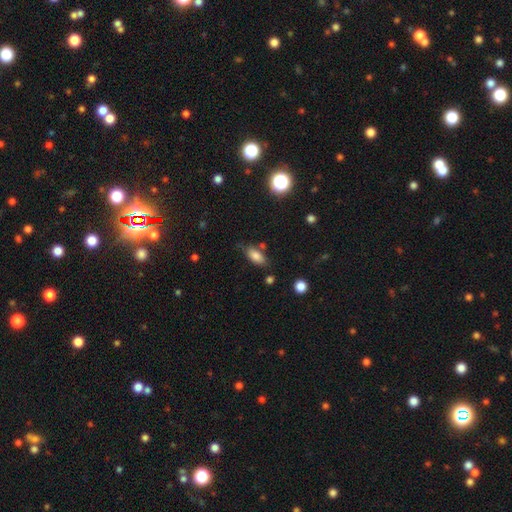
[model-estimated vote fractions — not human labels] Smooth or featured? smooth (80%)
How rounded? in between (86%)
Merging? none (70%)